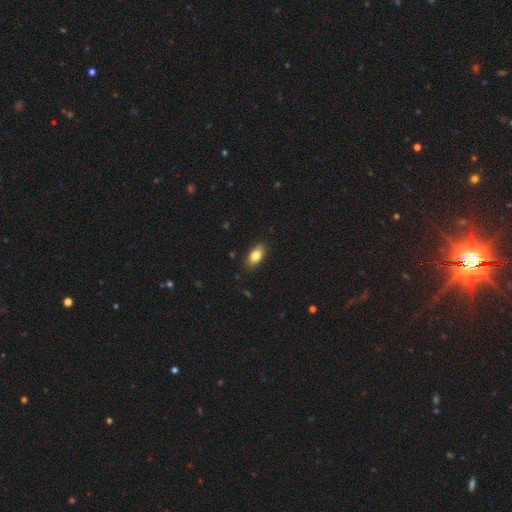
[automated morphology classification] smooth 80%, featured or disk 13%, star or artifact 7%. Down the decision tree: how rounded — in between (89%); merging — none (84%).